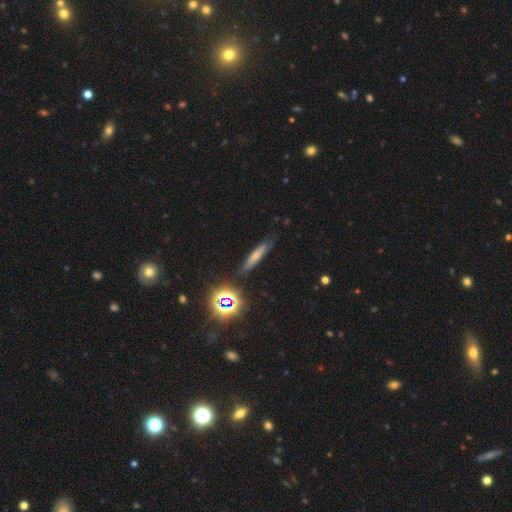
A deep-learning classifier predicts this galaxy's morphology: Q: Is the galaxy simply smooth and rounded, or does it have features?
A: smooth — 59%.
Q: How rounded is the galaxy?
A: cigar-shaped — 84%.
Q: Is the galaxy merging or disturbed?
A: none — 82%.